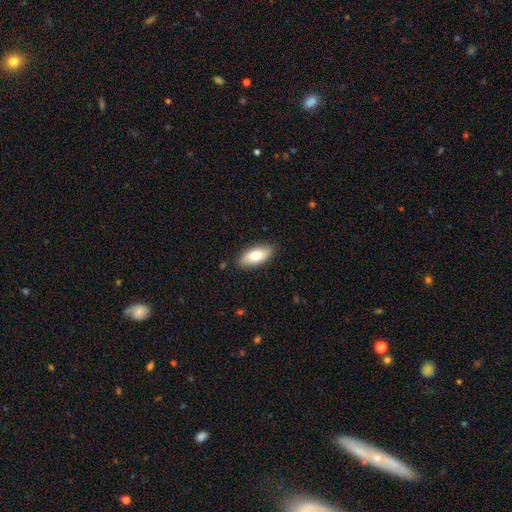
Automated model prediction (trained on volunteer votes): A smooth galaxy with no disk features (77%) that is in between round and cigar-shaped (89%). Merging: none (86%).